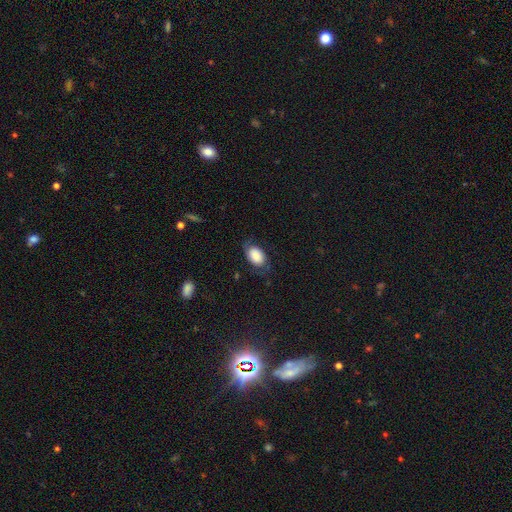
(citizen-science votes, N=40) smooth 60%, featured or disk 30%, star or artifact 10%. Down the decision tree: how rounded — in between (88%); merging — none (58%).